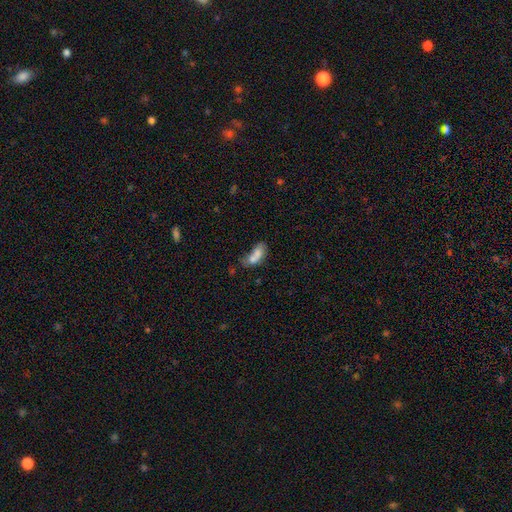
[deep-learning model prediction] Smooth or featured: smooth — 71% (featured or disk — 19%)
How rounded: in between — 78% (cigar-shaped — 16%)
Merging: merger — 49% (none — 23%)